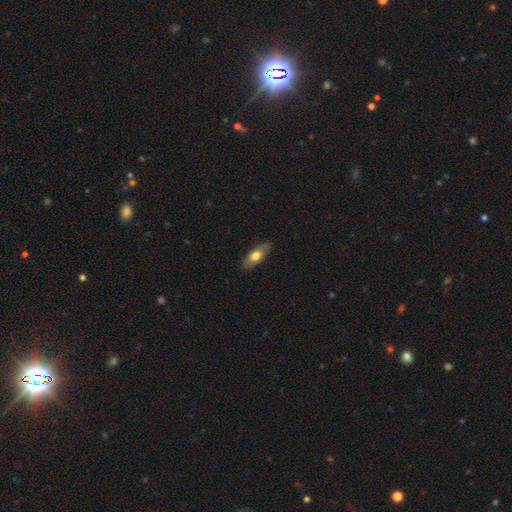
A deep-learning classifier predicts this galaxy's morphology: This is likely a smooth galaxy (66%). How rounded: likely in between (71%). Merging: clearly none (83%).